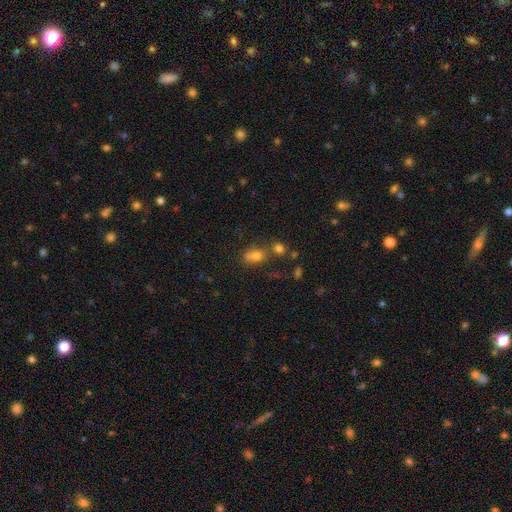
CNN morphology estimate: Smooth or featured? smooth (70%)
How rounded? in between (50%)
Merging? none (42%)